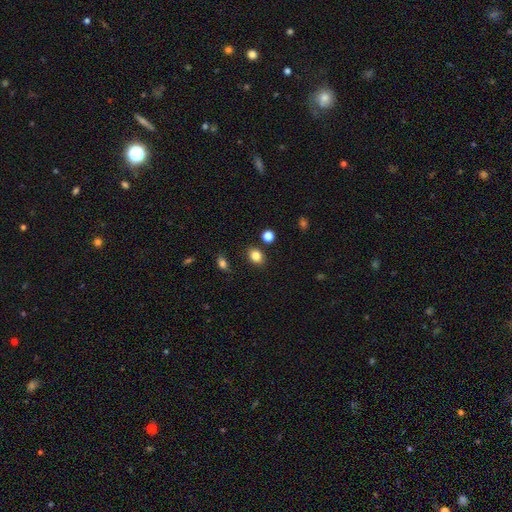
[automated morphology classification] Smooth or featured?
  - smooth: 83% *
  - star or artifact: 11%
  - featured or disk: 6%
How rounded?
  - in between: 59% *
  - round: 40%
  - cigar-shaped: 1%
Merging?
  - none: 84% *
  - minor disturbance: 10%
  - merger: 4%
  - major disturbance: 3%